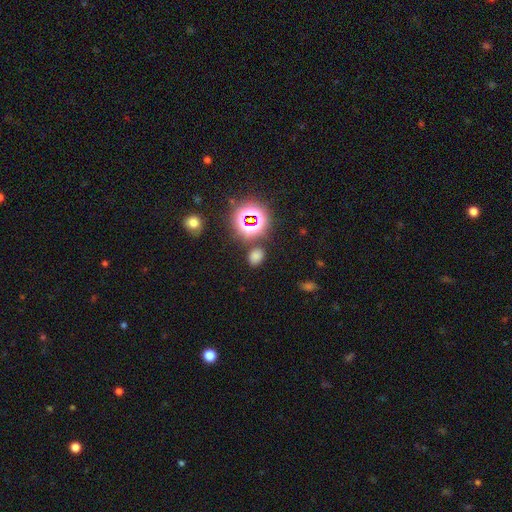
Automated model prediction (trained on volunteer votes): Smooth or featured? smooth (65%)
How rounded? in between (61%)
Merging? none (80%)